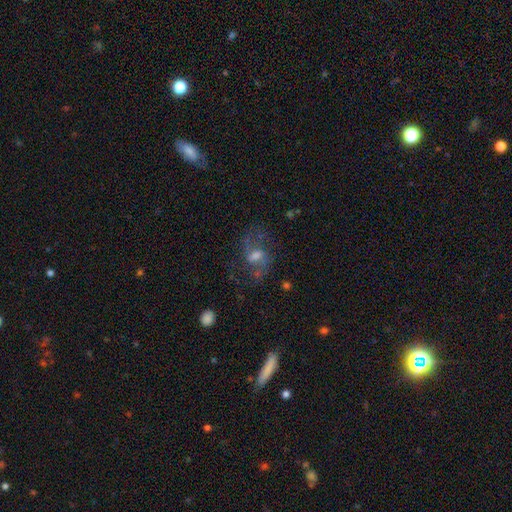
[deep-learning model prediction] Morphology: type=featured or disk (72%); edge-on=no (96%); bar=weak (53%); spiral arms=yes (86%); winding=loose (50%); arm count=2 (84%); bulge=moderate (50%); merging=none (63%).